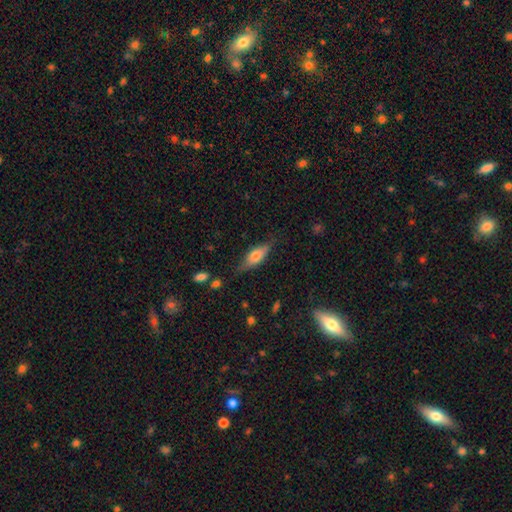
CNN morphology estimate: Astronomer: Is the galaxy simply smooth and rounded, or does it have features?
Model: smooth — 59%.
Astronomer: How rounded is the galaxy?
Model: in between — 65%.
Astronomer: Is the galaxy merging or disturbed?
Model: none — 70%.